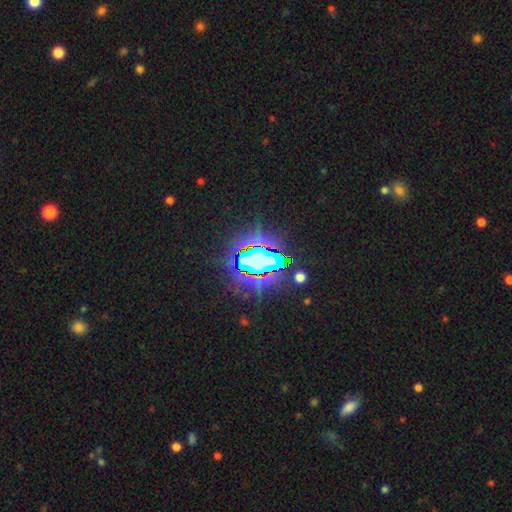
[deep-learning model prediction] Morphology: type=star or artifact (74%).